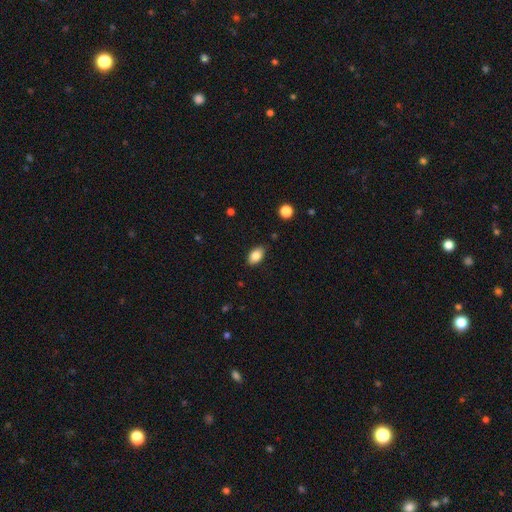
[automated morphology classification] Smooth or featured: smooth — 84% (star or artifact — 8%)
How rounded: in between — 91% (round — 7%)
Merging: none — 84% (minor disturbance — 13%)